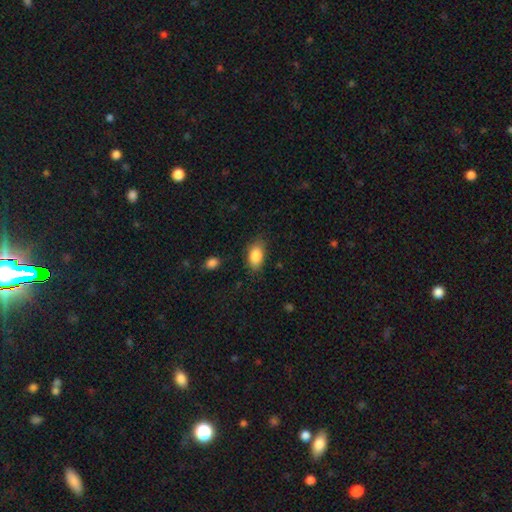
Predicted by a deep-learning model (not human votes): Morphology: type=smooth (86%); roundness=in between (91%); merging=none (80%).